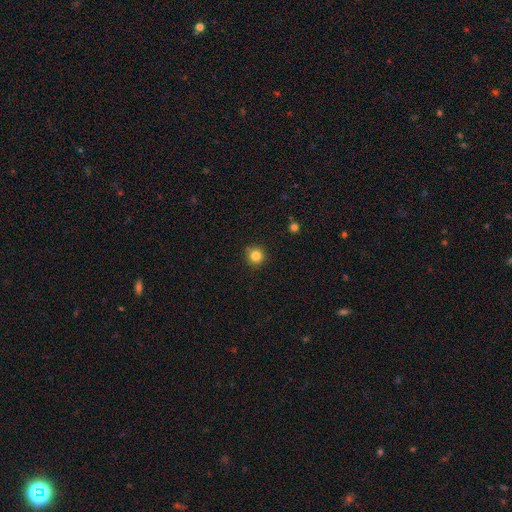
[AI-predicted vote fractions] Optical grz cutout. It shows a smooth galaxy with no disk features (83%) that is round (95%). Merging: none (89%).